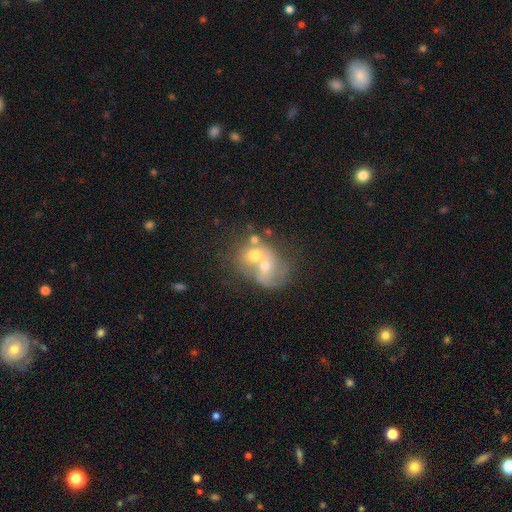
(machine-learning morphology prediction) Smooth or featured? Predicted: featured or disk (p=0.53). Edge-on disk? Predicted: no (p=0.97). Bar? Predicted: no (p=0.79). Spiral arms? Predicted: no (p=0.55). Bulge size? Predicted: moderate (p=0.56). Merging? Predicted: merger (p=0.67).